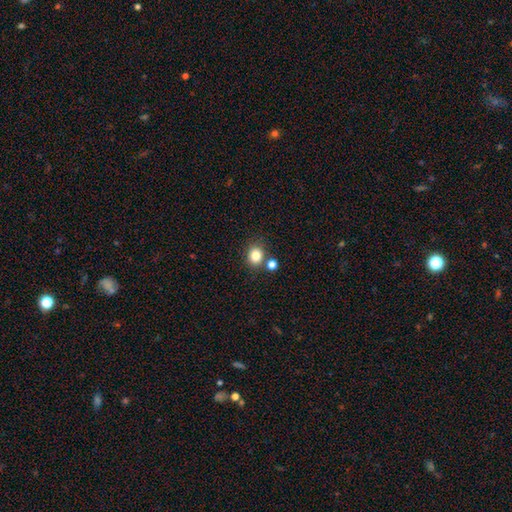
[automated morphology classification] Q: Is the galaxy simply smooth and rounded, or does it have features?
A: smooth — 82%.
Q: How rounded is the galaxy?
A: round — 75%.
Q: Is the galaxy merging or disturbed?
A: none — 74%.